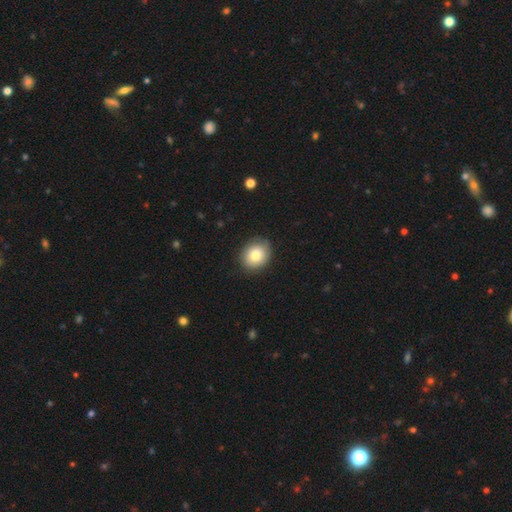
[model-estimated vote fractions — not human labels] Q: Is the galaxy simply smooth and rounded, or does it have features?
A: smooth — 81%.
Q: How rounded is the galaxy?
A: round — 62%.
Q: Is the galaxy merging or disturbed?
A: none — 85%.